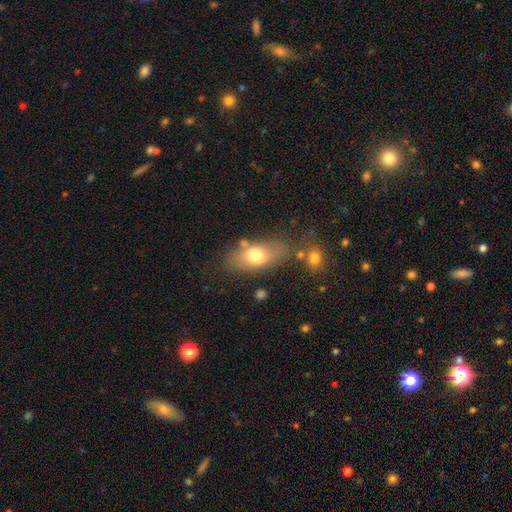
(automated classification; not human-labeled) Smooth or featured? Predicted: smooth (p=0.69). How rounded? Predicted: in between (p=0.81). Merging? Predicted: none (p=0.65).